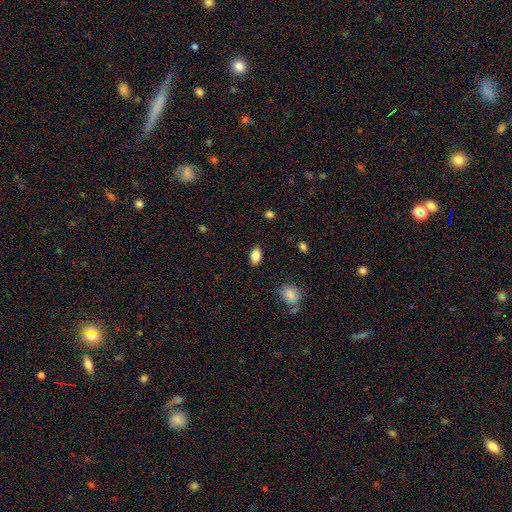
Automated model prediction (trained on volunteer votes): smooth-or-featured: smooth: 85% | star or artifact: 9% | featured or disk: 7%
  how-rounded: in between: 88% | round: 10% | cigar-shaped: 2%
  merging: none: 87% | minor disturbance: 10% | major disturbance: 2% | merger: 1%